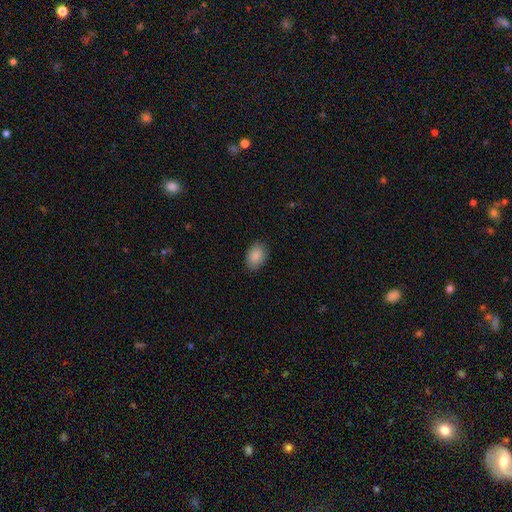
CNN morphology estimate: smooth_or_featured: smooth (p=0.88) [alt: star or artifact p=0.07]
how_rounded: in between (p=0.81) [alt: round p=0.17]
merging: none (p=0.86) [alt: minor disturbance p=0.11]